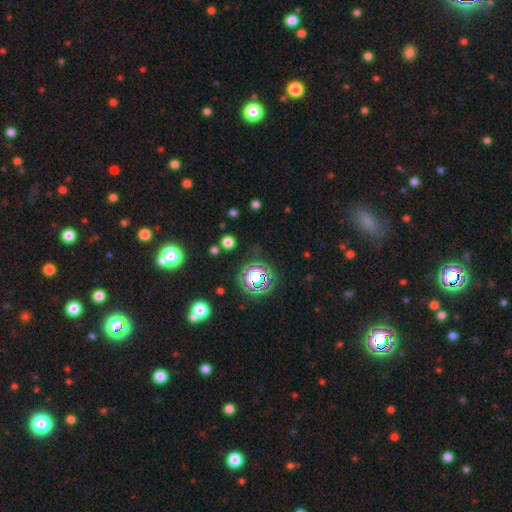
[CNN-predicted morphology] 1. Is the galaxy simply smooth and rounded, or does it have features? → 70% star or artifact, 21% smooth, 9% featured or disk.